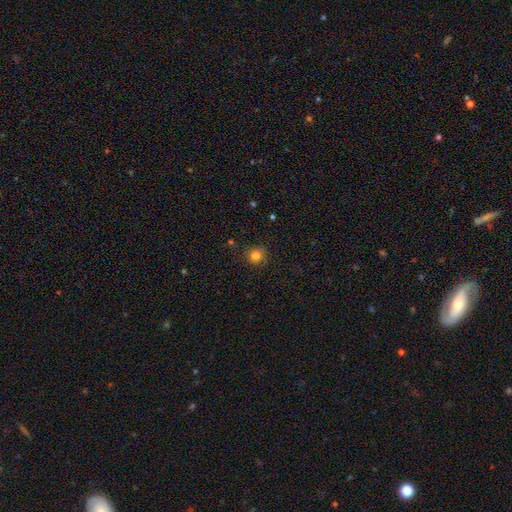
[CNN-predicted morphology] Smooth or featured? smooth (82%)
How rounded? round (90%)
Merging? none (84%)